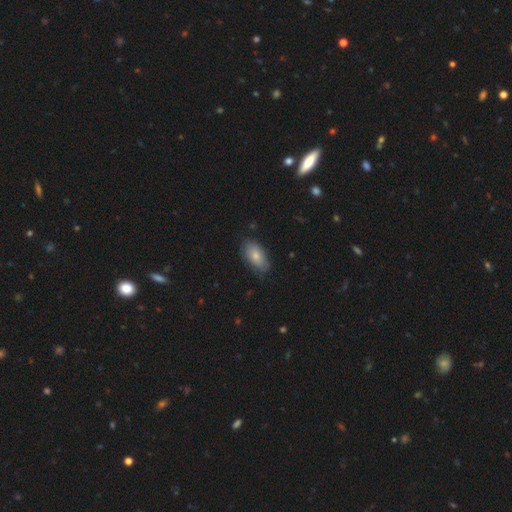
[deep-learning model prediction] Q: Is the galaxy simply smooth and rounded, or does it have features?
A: smooth — 78%.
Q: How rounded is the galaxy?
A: in between — 93%.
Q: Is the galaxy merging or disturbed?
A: none — 74%.